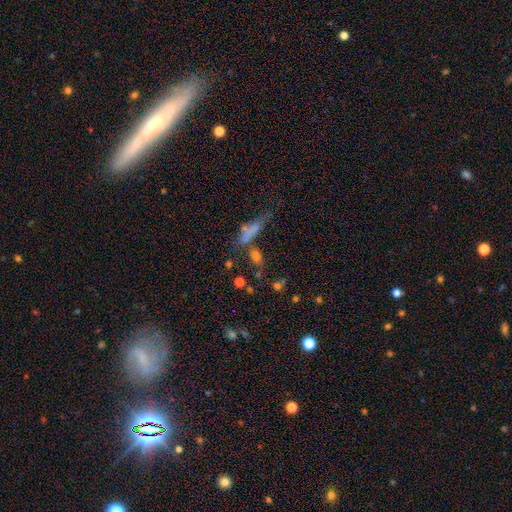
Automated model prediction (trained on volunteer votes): smooth-or-featured: smooth: 55% | star or artifact: 24% | featured or disk: 21%
  how-rounded: cigar-shaped: 60% | in between: 28% | round: 12%
  merging: none: 52% | merger: 18% | minor disturbance: 17% | major disturbance: 13%